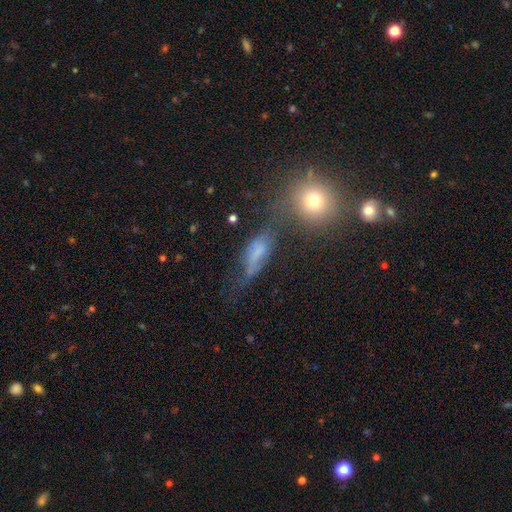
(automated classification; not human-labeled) Smooth or featured?
  - featured or disk: 43% *
  - smooth: 40%
  - star or artifact: 17%
Merging?
  - none: 37% *
  - major disturbance: 26%
  - minor disturbance: 24%
  - merger: 13%